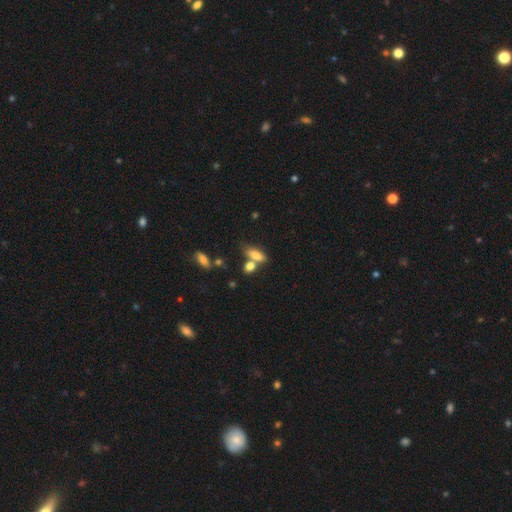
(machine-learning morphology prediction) A smooth galaxy with no disk features (77%) that is in between round and cigar-shaped (67%).

Vote fractions:
- Smooth or featured? smooth: 77% / featured or disk: 13% / star or artifact: 9%
- How rounded? in between: 67% / cigar-shaped: 28% / round: 5%
- Merging? none: 45% / merger: 37% / minor disturbance: 13% / major disturbance: 5%